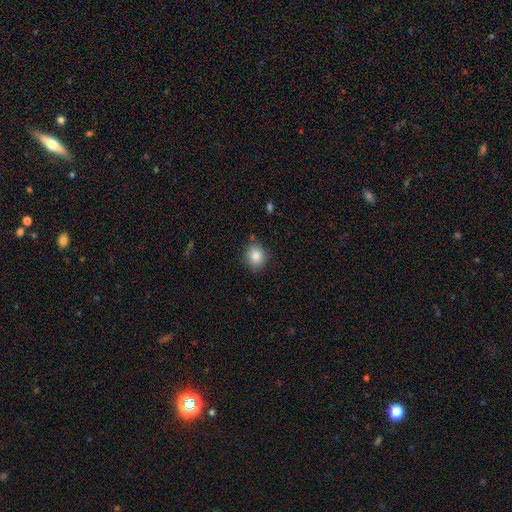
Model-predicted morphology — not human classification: Smooth or featured? smooth (85%)
How rounded? round (75%)
Merging? none (85%)